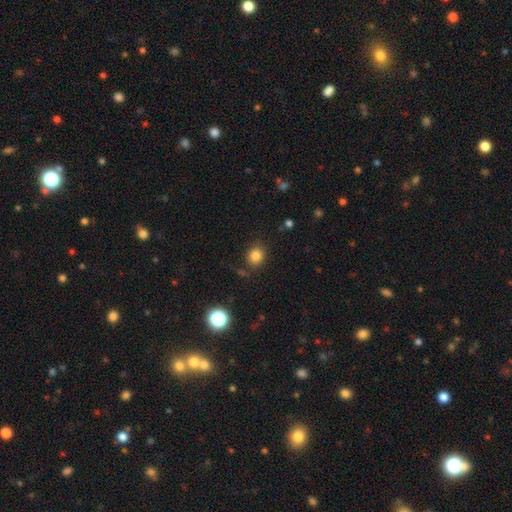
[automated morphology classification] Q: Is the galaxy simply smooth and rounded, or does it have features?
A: smooth — 82%.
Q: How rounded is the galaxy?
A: round — 77%.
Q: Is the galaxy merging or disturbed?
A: none — 82%.